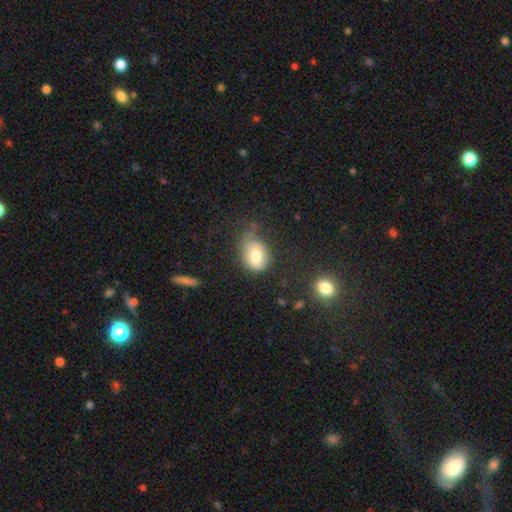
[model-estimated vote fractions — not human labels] Morphology: type=smooth (77%); roundness=in between (69%); merging=none (47%).